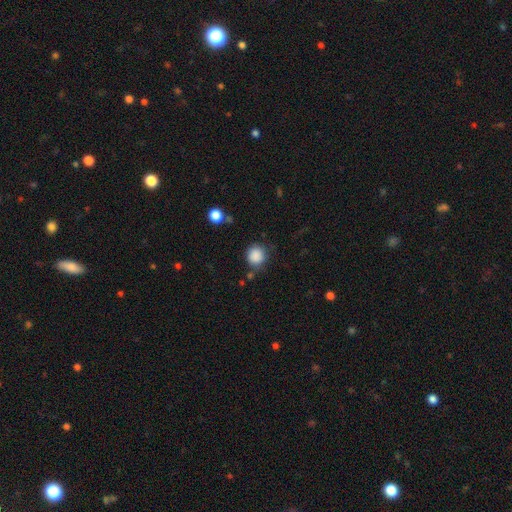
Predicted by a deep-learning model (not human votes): This is clearly a smooth galaxy (87%). How rounded: clearly round (90%). Merging: likely none (78%).